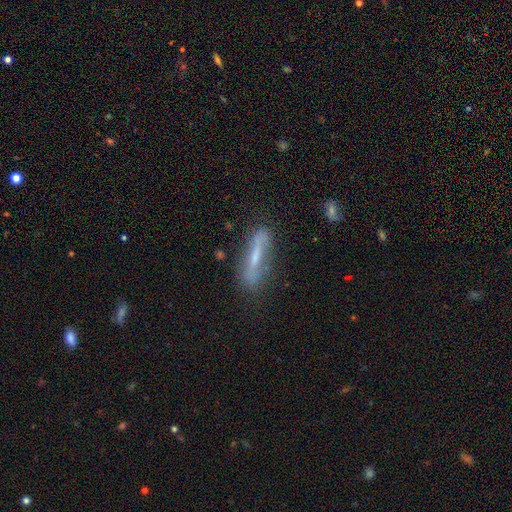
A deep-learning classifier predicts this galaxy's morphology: Smooth or featured? Predicted: featured or disk (p=0.56). Edge-on disk? Predicted: yes (p=0.61). Merging? Predicted: none (p=0.76).